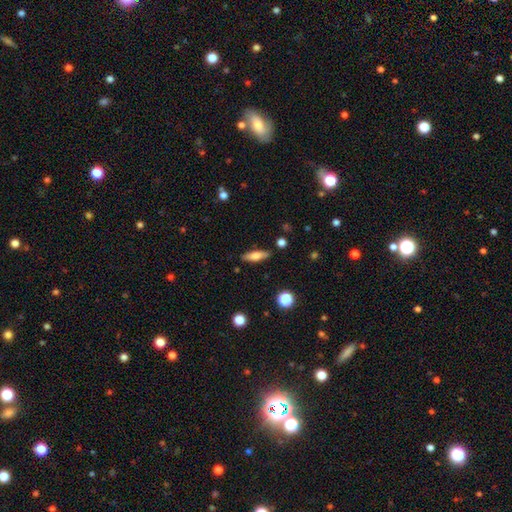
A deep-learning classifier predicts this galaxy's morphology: This appears to be a smooth galaxy with no disk features (67%) that is cigar-shaped (50%). Merging: none (85%).